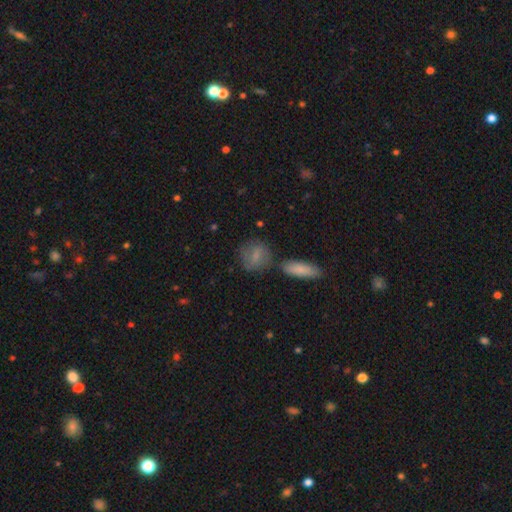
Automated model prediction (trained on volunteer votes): smooth-or-featured: smooth: 76% | featured or disk: 16% | star or artifact: 8%
  how-rounded: round: 61% | in between: 35% | cigar-shaped: 4%
  merging: none: 64% | minor disturbance: 18% | merger: 12% | major disturbance: 6%